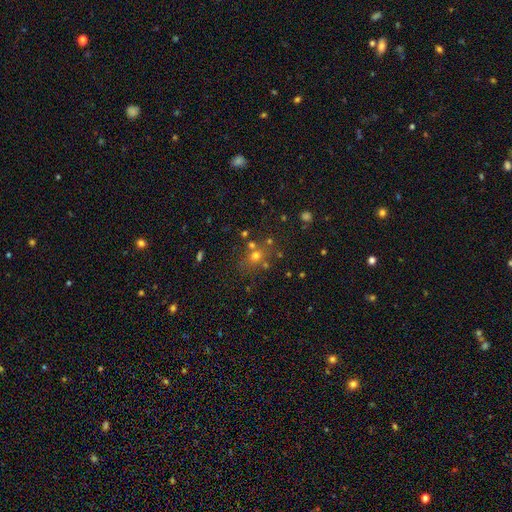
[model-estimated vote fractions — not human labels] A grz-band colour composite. It shows a smooth galaxy with no disk features (60%) that is round (71%). Merging: none (64%).